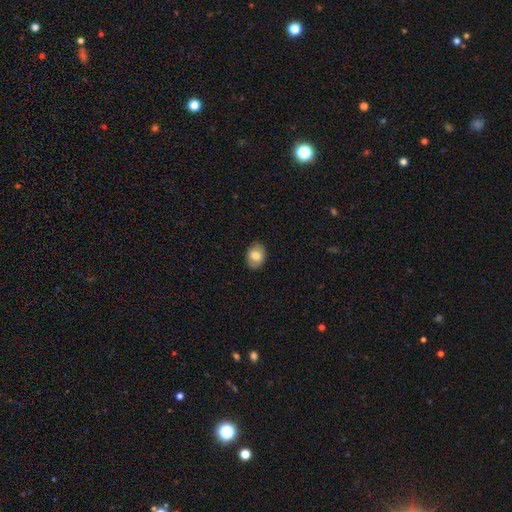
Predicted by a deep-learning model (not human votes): A smooth galaxy with no disk features (78%) that is in between round and cigar-shaped (68%).

Vote fractions:
- Smooth or featured? smooth: 78% / featured or disk: 15% / star or artifact: 7%
- How rounded? in between: 68% / round: 31% / cigar-shaped: 1%
- Merging? none: 86% / minor disturbance: 10% / major disturbance: 2% / merger: 1%